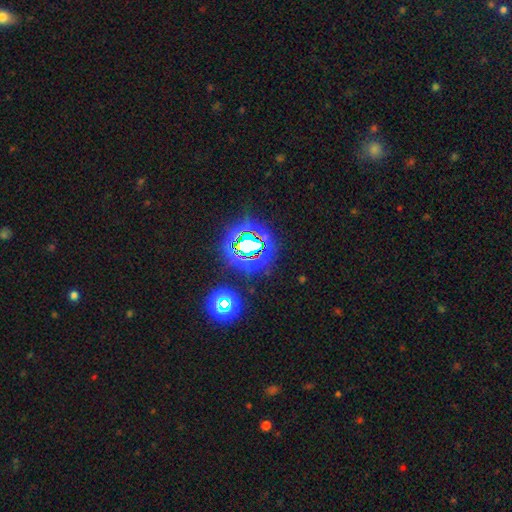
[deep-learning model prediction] This is likely a star or artifact rather than a galaxy (78%).